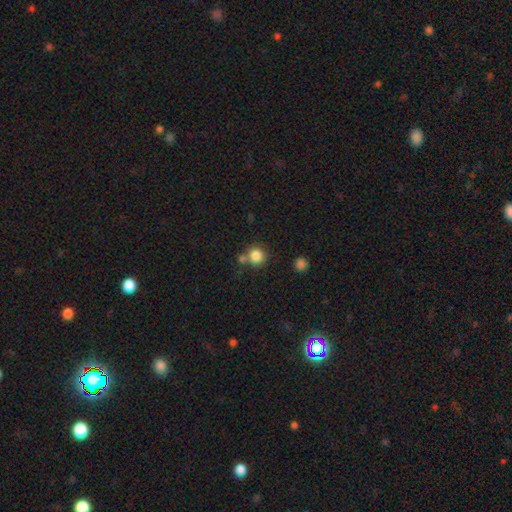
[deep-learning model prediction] smooth_or_featured: smooth (p=0.84) [alt: star or artifact p=0.11]
how_rounded: round (p=0.91) [alt: in between p=0.08]
merging: none (p=0.65) [alt: merger p=0.21]